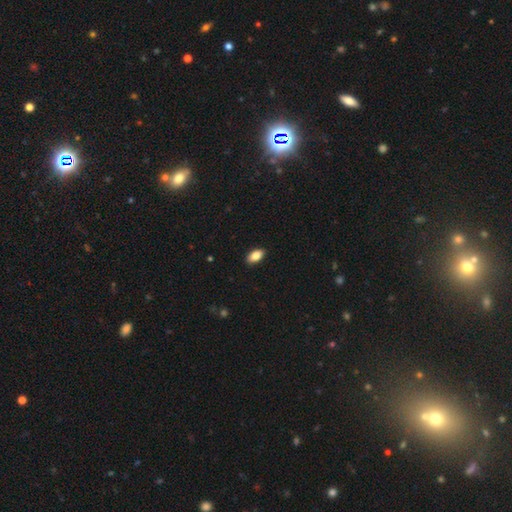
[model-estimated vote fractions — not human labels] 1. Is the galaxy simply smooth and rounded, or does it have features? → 85% smooth, 8% featured or disk, 7% star or artifact.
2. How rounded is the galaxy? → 92% in between, 4% cigar-shaped, 4% round.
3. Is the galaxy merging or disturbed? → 90% none, 8% minor disturbance, 2% major disturbance, 1% merger.